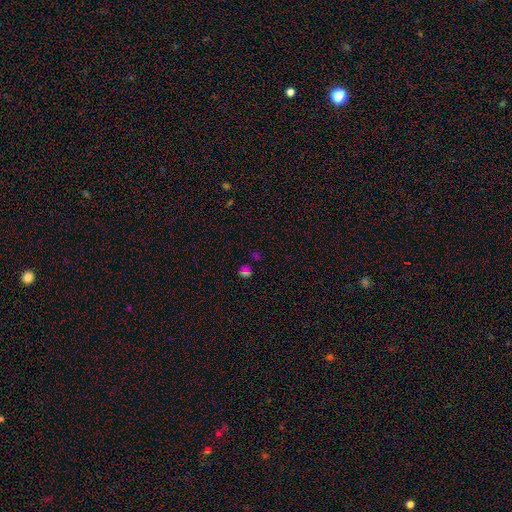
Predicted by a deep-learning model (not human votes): Morphology: type=star or artifact (48%).